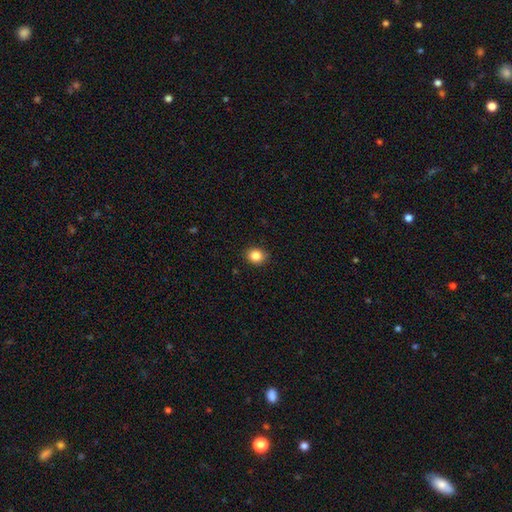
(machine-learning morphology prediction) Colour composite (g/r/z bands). It shows a smooth galaxy with no disk features (85%) that is round (68%). Merging: none (89%).